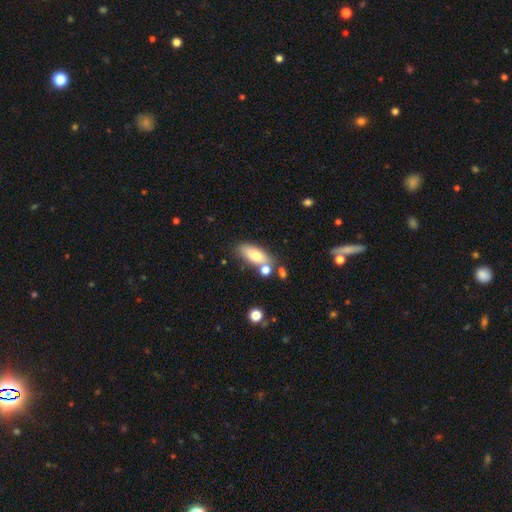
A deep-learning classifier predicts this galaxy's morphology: A smooth galaxy with no disk features (72%) that is in between round and cigar-shaped (78%). Merging: none (63%).